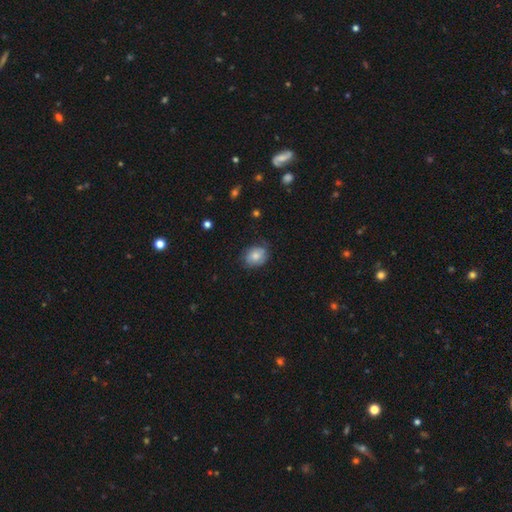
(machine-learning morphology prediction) smooth_or_featured: smooth (p=0.74) [alt: featured or disk p=0.17]
how_rounded: in between (p=0.53) [alt: round p=0.47]
merging: none (p=0.69) [alt: minor disturbance p=0.24]